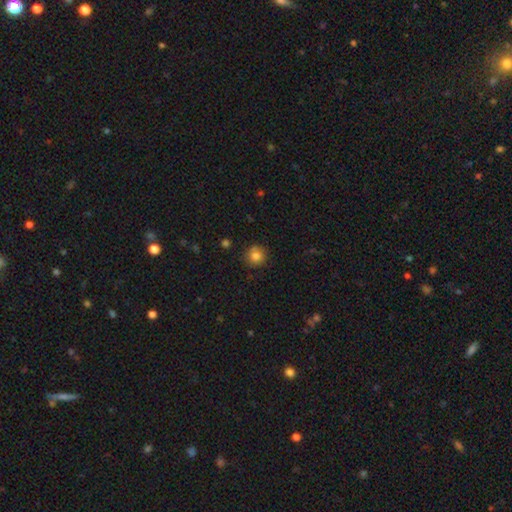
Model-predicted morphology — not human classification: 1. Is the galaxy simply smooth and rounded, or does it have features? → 82% smooth, 11% star or artifact, 7% featured or disk.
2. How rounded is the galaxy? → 91% round, 8% in between, 1% cigar-shaped.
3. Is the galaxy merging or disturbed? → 83% none, 12% minor disturbance, 3% merger, 3% major disturbance.